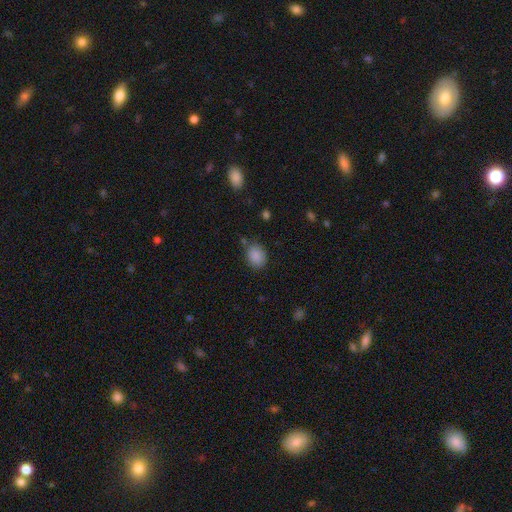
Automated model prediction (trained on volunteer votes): Overall: smooth (87%). How rounded: in between (56%; round 43%). Merging: none (74%).